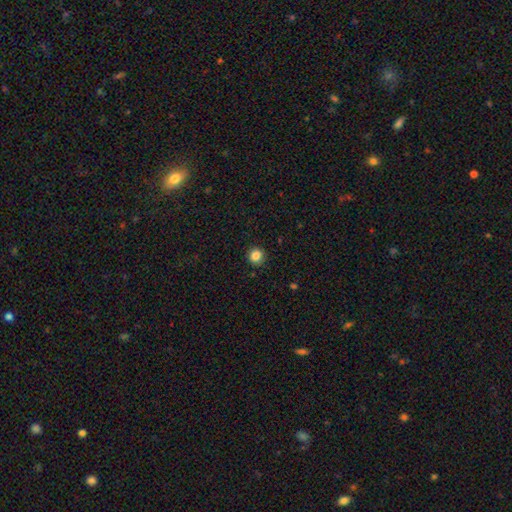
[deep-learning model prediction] smooth-or-featured: smooth: 85% | star or artifact: 11% | featured or disk: 4%
  how-rounded: round: 92% | in between: 7% | cigar-shaped: 1%
  merging: none: 90% | minor disturbance: 7% | major disturbance: 2% | merger: 1%